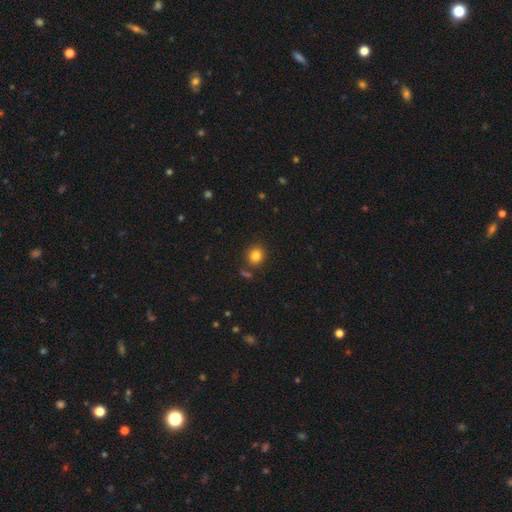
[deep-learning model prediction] This is clearly a smooth galaxy (82%). How rounded: clearly round (82%). Merging: clearly none (83%).